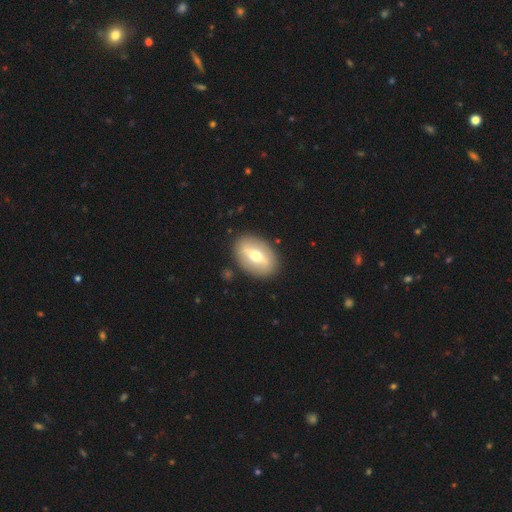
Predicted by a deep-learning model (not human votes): featured or disk 49%, smooth 45%, star or artifact 6%. Down the decision tree: merging — none (87%).